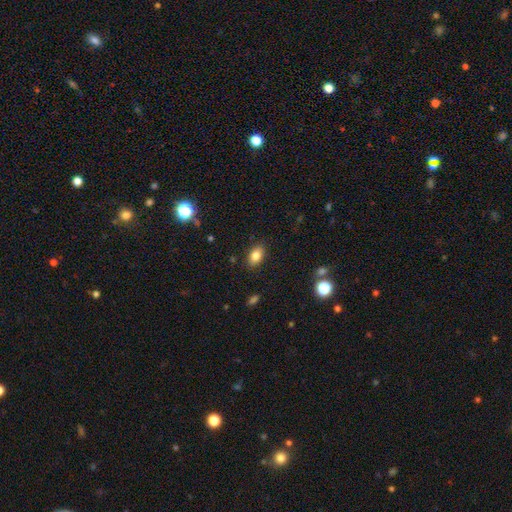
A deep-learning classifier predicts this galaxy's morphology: Smooth or featured? smooth (82%)
How rounded? in between (88%)
Merging? none (87%)